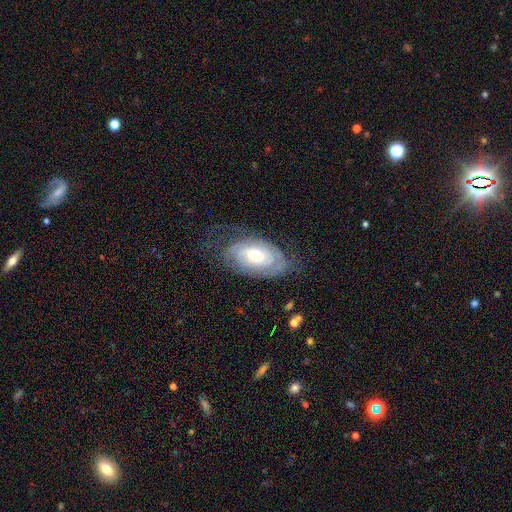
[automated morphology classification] Smooth or featured: featured or disk — 78% (smooth — 17%)
Edge-on disk: no — 94% (yes — 6%)
Bar: no — 58% (weak — 33%)
Spiral arms: yes — 91% (no — 9%)
Spiral winding: tight — 67% (medium — 24%)
Spiral arm count: can't tell — 41% (2 — 36%)
Bulge size: moderate — 64% (small — 23%)
Merging: none — 64% (minor disturbance — 21%)